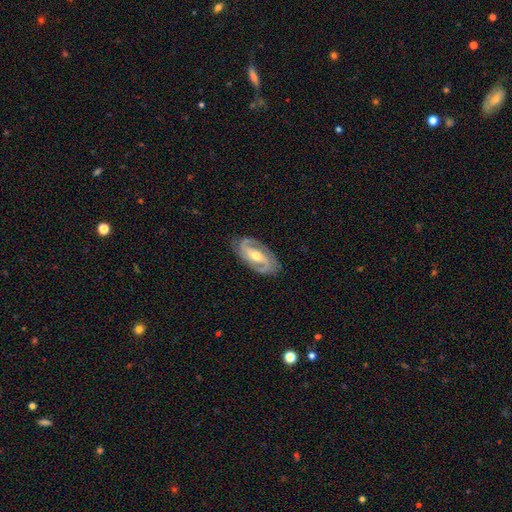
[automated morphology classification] Smooth or featured? Predicted: featured or disk (p=0.87). Edge-on disk? Predicted: no (p=0.95). Bar? Predicted: strong (p=0.39). Spiral arms? Predicted: yes (p=0.95). Spiral winding? Predicted: medium (p=0.47). Spiral arm count? Predicted: 2 (p=0.88). Bulge size? Predicted: moderate (p=0.60). Merging? Predicted: none (p=0.83).